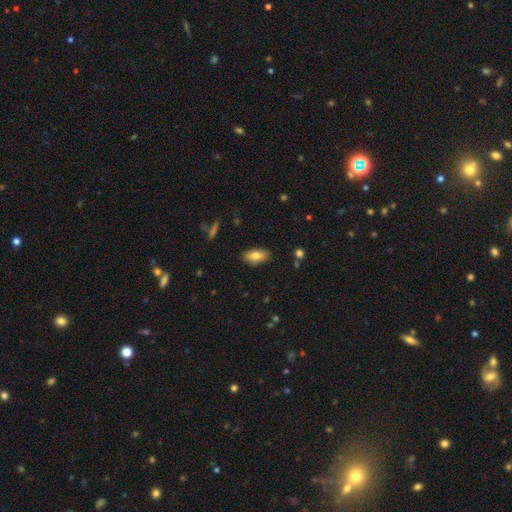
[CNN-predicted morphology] Smooth or featured? smooth (79%)
How rounded? in between (88%)
Merging? none (87%)